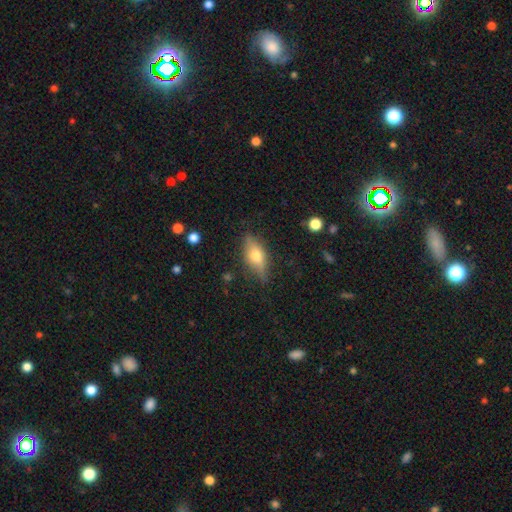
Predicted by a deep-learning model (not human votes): A smooth galaxy with no disk features (49%). Merging: none (78%).